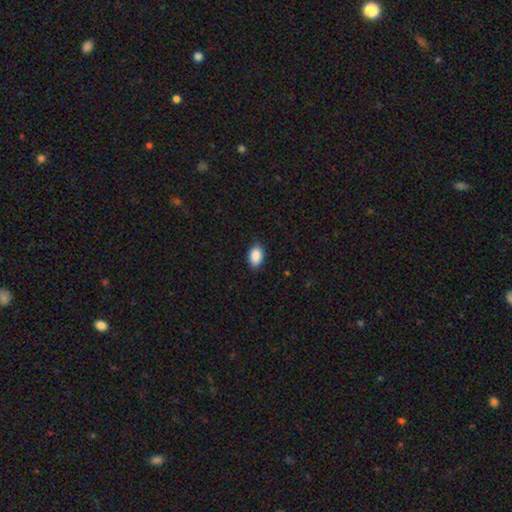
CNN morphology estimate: type=smooth (90%); roundness=in between (91%); merging=none (88%).